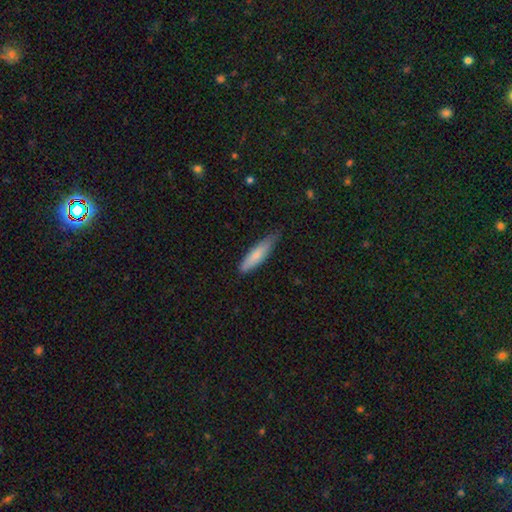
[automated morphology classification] A smooth galaxy with no disk features (75%) that is cigar-shaped (71%).

Vote fractions:
- Smooth or featured? smooth: 75% / featured or disk: 20% / star or artifact: 6%
- How rounded? cigar-shaped: 71% / in between: 28% / round: 2%
- Merging? none: 66% / minor disturbance: 29% / major disturbance: 4% / merger: 1%